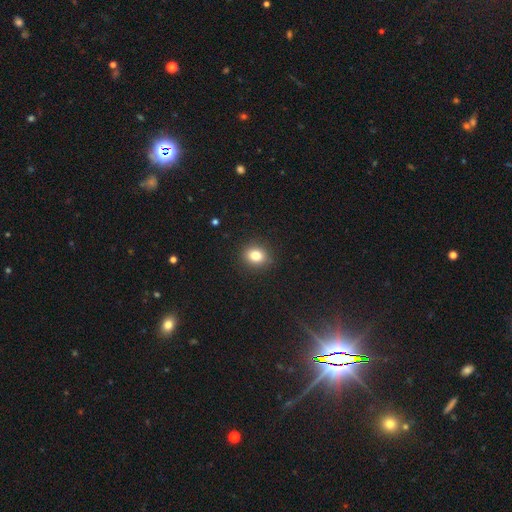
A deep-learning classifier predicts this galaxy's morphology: smooth_or_featured: smooth (p=0.81) [alt: star or artifact p=0.12]
how_rounded: round (p=0.63) [alt: in between p=0.36]
merging: none (p=0.90) [alt: minor disturbance p=0.07]